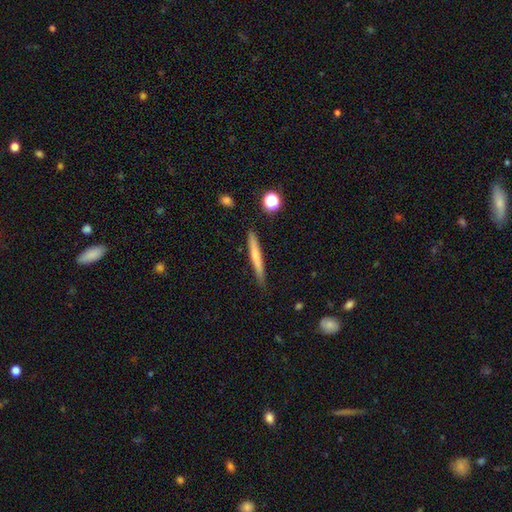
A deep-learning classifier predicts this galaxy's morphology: Smooth or featured? Predicted: smooth (p=0.60). How rounded? Predicted: cigar-shaped (p=0.96). Merging? Predicted: none (p=0.87).